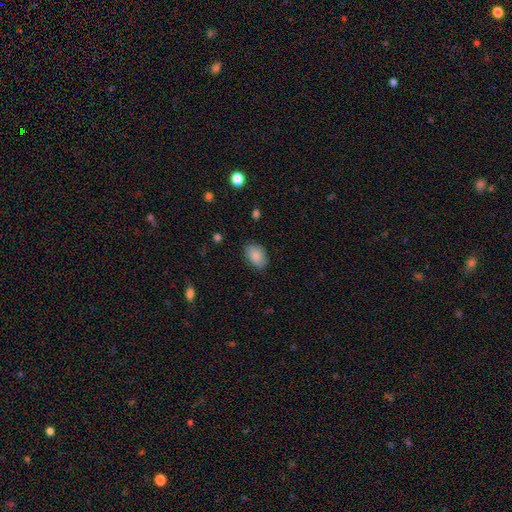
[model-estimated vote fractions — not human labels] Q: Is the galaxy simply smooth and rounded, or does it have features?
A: smooth — 85%.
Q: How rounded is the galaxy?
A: in between — 83%.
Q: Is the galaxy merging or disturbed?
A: none — 81%.